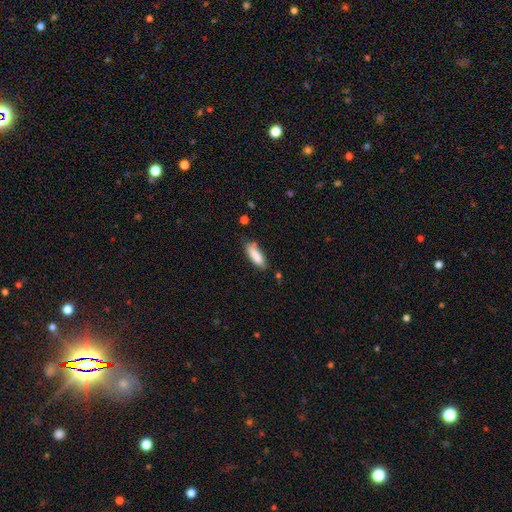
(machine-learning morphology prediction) This is clearly a smooth galaxy (86%). How rounded: possibly in between (58%). Merging: likely none (76%).